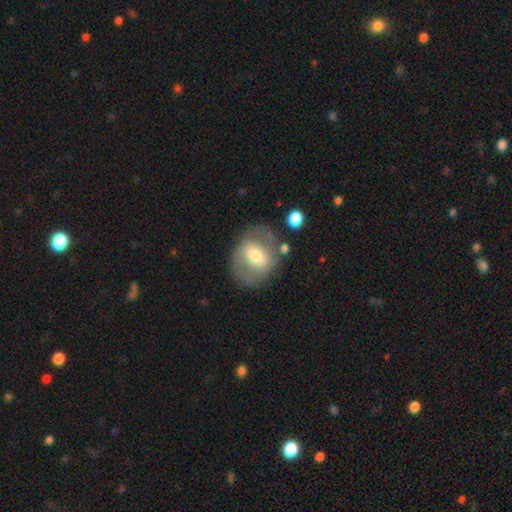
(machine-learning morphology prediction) type=featured or disk (51%); edge-on=no (94%); merging=none (68%).